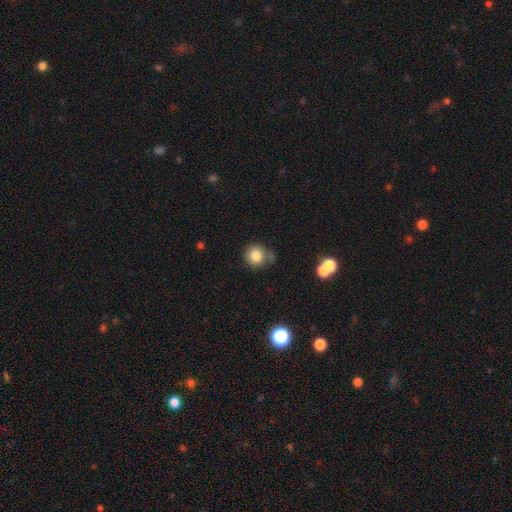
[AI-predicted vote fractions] Morphology: type=smooth (82%); roundness=round (88%); merging=none (67%).